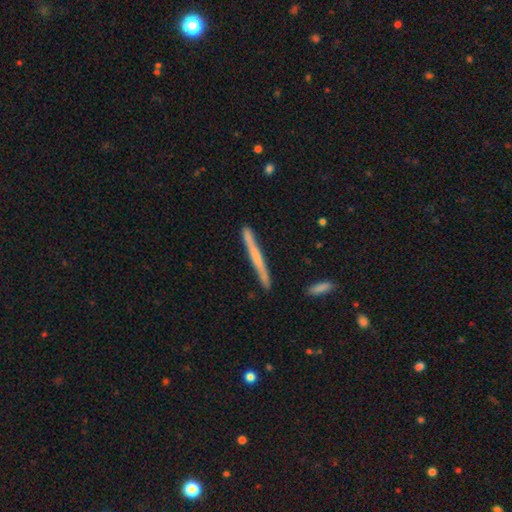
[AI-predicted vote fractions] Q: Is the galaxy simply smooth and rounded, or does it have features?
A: smooth — 47%, tied with featured or disk.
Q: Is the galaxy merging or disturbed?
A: none — 88%.